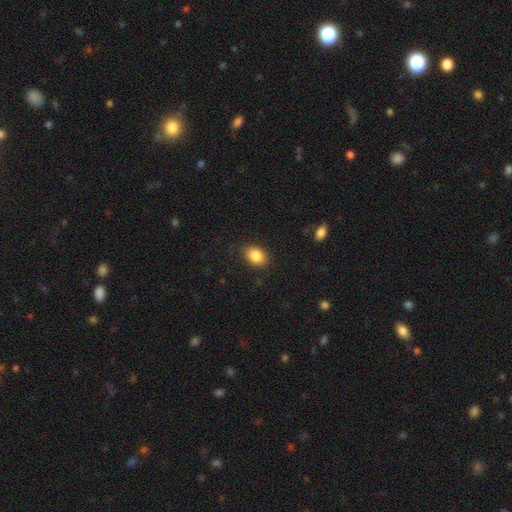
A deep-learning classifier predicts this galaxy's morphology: Smooth or featured?
  - smooth: 86% *
  - star or artifact: 8%
  - featured or disk: 6%
How rounded?
  - in between: 75% *
  - round: 24%
  - cigar-shaped: 1%
Merging?
  - none: 84% *
  - minor disturbance: 12%
  - major disturbance: 3%
  - merger: 1%